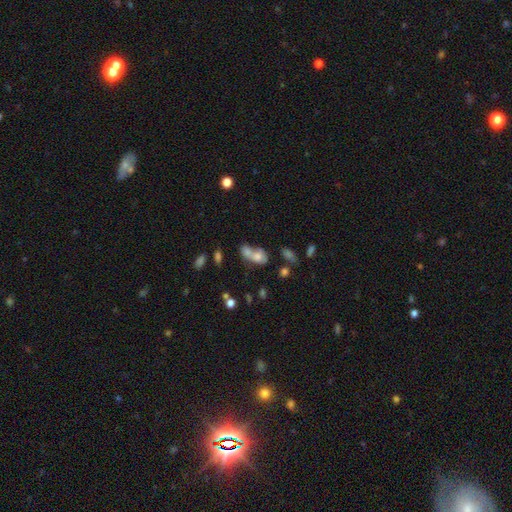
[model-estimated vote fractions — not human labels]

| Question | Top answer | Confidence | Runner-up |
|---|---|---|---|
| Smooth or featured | smooth | 70% | featured or disk (18%) |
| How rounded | in between | 72% | round (23%) |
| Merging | merger | 60% | none (22%) |